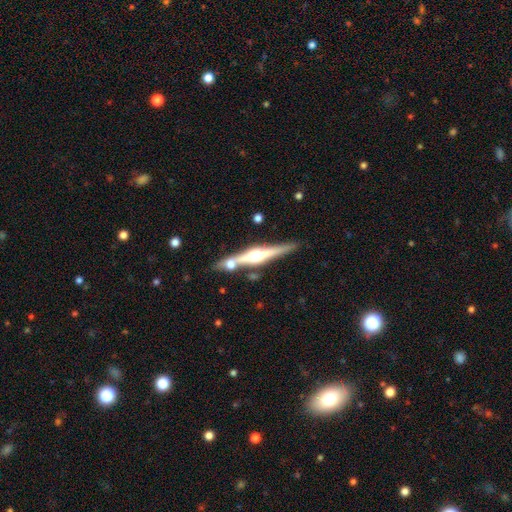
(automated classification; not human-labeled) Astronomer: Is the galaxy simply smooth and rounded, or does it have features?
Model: featured or disk — 79%.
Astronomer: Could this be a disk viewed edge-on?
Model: yes — 98%.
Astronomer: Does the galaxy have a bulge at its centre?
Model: rounded — 89%.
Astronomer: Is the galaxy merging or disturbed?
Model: none — 77%.